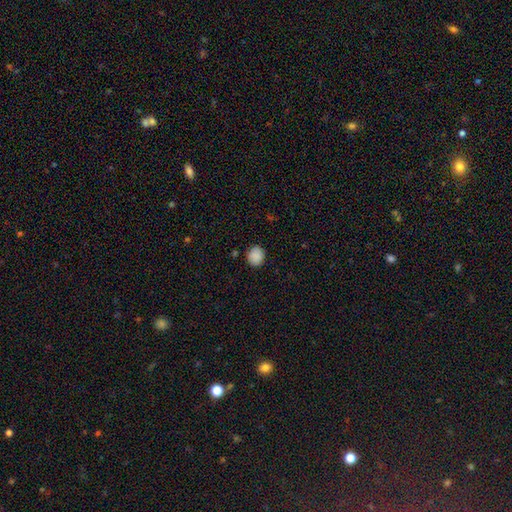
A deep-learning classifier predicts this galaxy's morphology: Smooth or featured: smooth — 88% (star or artifact — 9%)
How rounded: round — 73% (in between — 26%)
Merging: none — 85% (minor disturbance — 11%)